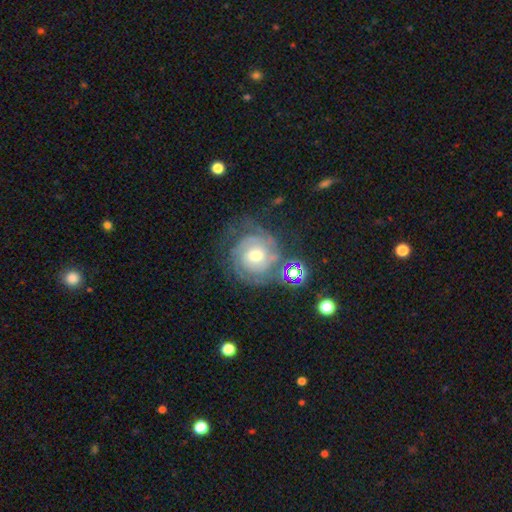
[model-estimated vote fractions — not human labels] Smooth or featured?
  - featured or disk: 78% *
  - smooth: 13%
  - star or artifact: 9%
Edge-on disk?
  - no: 97% *
  - yes: 3%
Bar?
  - no: 56% *
  - weak: 35%
  - strong: 9%
Spiral arms?
  - yes: 92% *
  - no: 8%
Spiral winding?
  - tight: 72% *
  - medium: 23%
  - loose: 6%
Spiral arm count?
  - can't tell: 38% *
  - 2: 25%
  - 3: 19%
  - 4: 7%
  - 1: 5%
  - more than 4: 5%
Bulge size?
  - moderate: 62% *
  - small: 31%
  - large: 5%
  - none: 1%
  - dominant: 1%
Merging?
  - none: 61% *
  - minor disturbance: 19%
  - major disturbance: 14%
  - merger: 7%